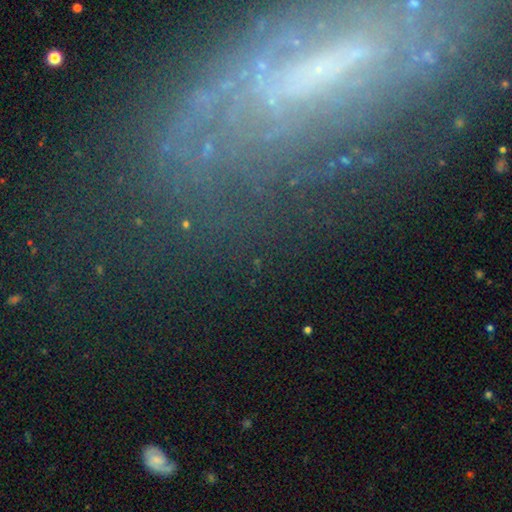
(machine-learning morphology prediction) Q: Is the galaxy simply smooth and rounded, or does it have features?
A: featured or disk — 61%.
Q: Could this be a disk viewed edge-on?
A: no — 84%.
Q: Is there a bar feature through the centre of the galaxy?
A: no — 42%.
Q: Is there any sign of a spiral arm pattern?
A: yes — 59%.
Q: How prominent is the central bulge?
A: small — 50%.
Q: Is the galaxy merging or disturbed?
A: none — 62%.